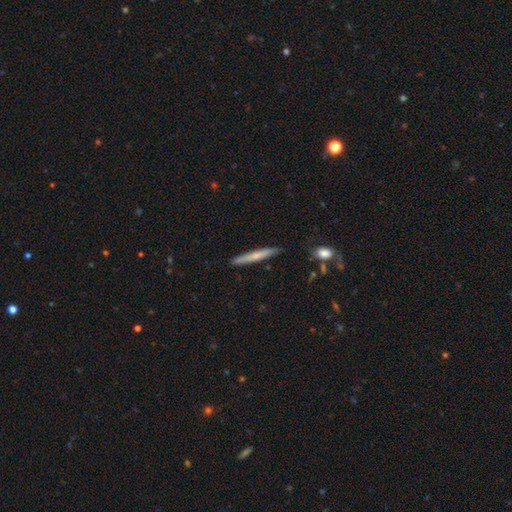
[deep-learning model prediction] Smooth or featured: smooth — 61% (featured or disk — 33%)
How rounded: cigar-shaped — 95% (in between — 3%)
Merging: none — 88% (minor disturbance — 9%)